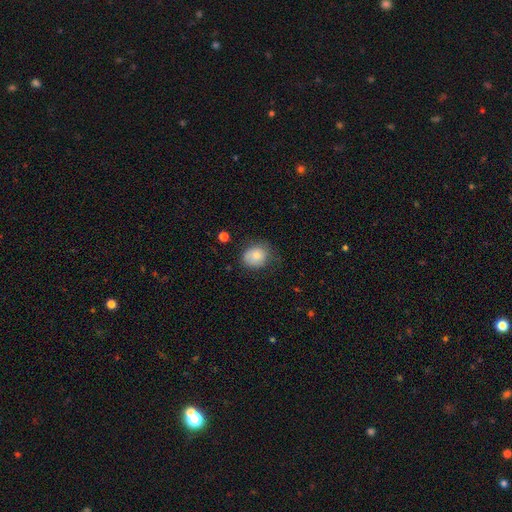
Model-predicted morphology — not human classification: The model was most divided on "how rounded": round: 61%, in between: 38%, cigar-shaped: 1%. More confident: smooth or featured — smooth (79%); merging — none (62%).